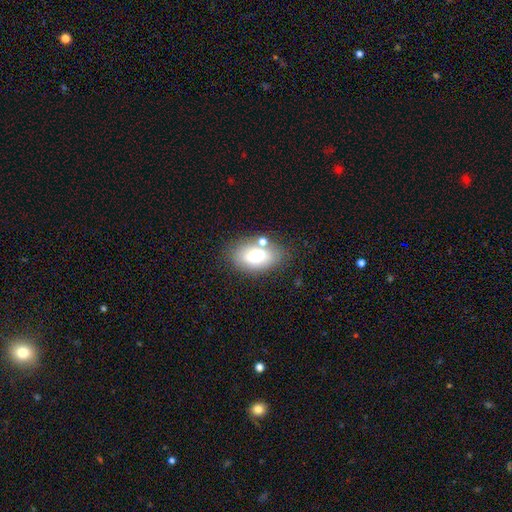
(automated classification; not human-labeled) Overall: smooth (68%). How rounded: in between (89%). Merging: none (64%).